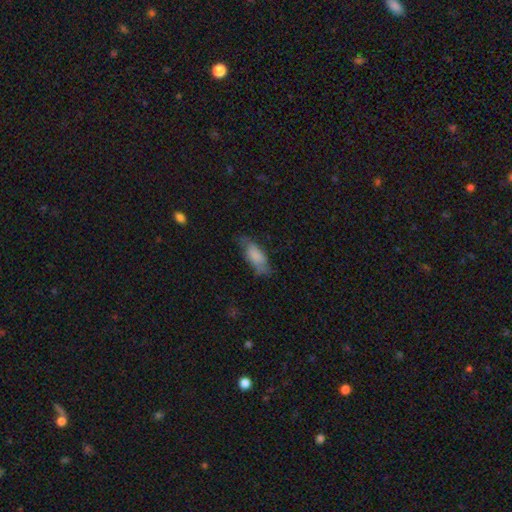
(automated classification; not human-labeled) smooth-or-featured: smooth: 76% | featured or disk: 17% | star or artifact: 7%
  how-rounded: in between: 77% | cigar-shaped: 21% | round: 2%
  merging: none: 61% | minor disturbance: 28% | major disturbance: 9% | merger: 2%